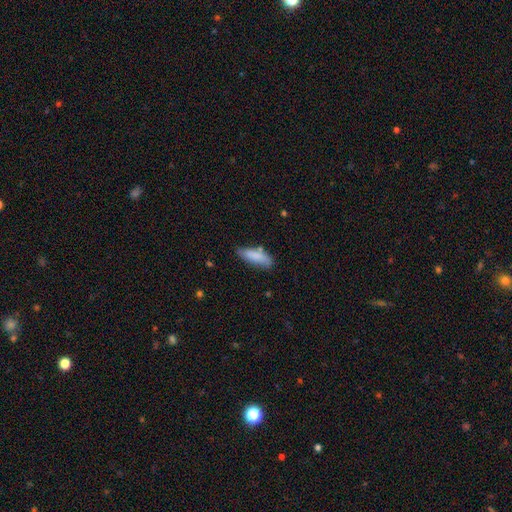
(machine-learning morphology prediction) The model was most divided on "how rounded": in between: 55%, cigar-shaped: 43%, round: 2%. More confident: smooth or featured — smooth (83%); merging — none (66%).